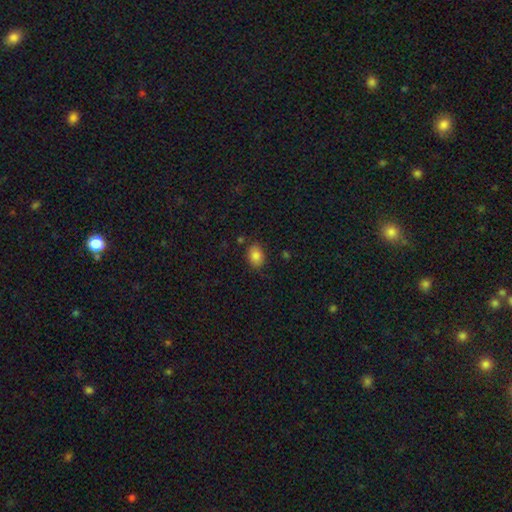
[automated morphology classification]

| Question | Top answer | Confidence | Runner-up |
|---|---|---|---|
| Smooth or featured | smooth | 84% | star or artifact (9%) |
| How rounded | in between | 72% | round (27%) |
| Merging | none | 82% | minor disturbance (13%) |